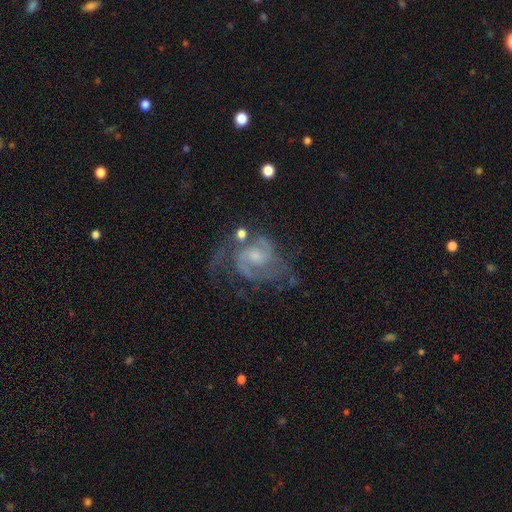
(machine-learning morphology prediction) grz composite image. It shows a featured or disk galaxy (85%) with no bar (51%), 2 (70%) medium (52%) spiral arms (94%) and a small central bulge (48%). Merging: none (51%).